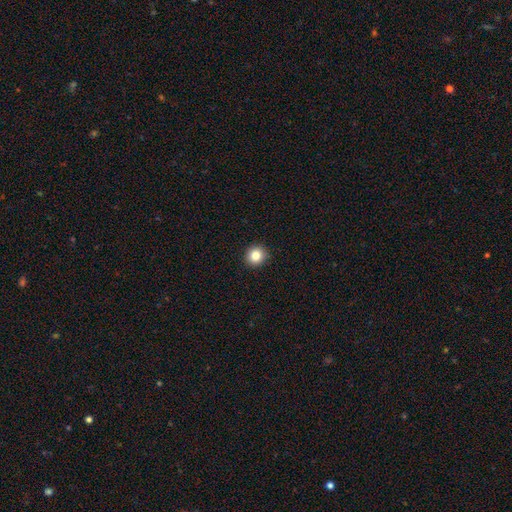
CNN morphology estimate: Q: Smooth or featured?
A: smooth (84%); runner-up: star or artifact (10%)
Q: How rounded?
A: round (88%); runner-up: in between (11%)
Q: Merging?
A: none (92%); runner-up: minor disturbance (5%)